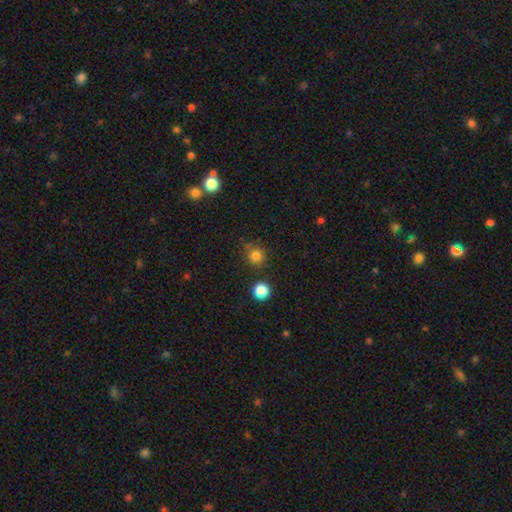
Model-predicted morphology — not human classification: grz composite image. It shows a smooth galaxy with no disk features (80%) that is round (91%). Merging: none (80%).